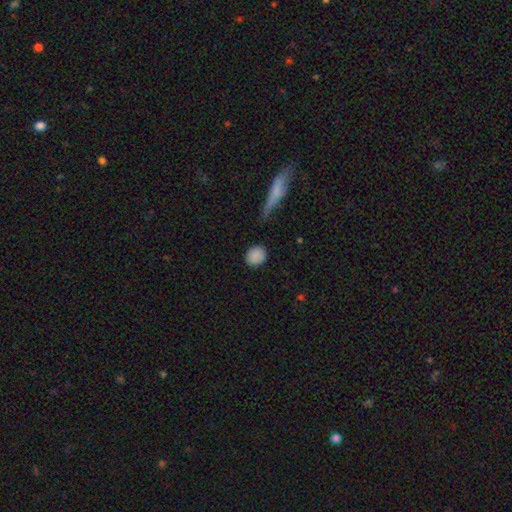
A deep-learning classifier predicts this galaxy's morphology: Smooth or featured?
  - smooth: 86% *
  - star or artifact: 9%
  - featured or disk: 5%
How rounded?
  - round: 80% *
  - in between: 18%
  - cigar-shaped: 2%
Merging?
  - none: 83% *
  - minor disturbance: 11%
  - major disturbance: 3%
  - merger: 2%